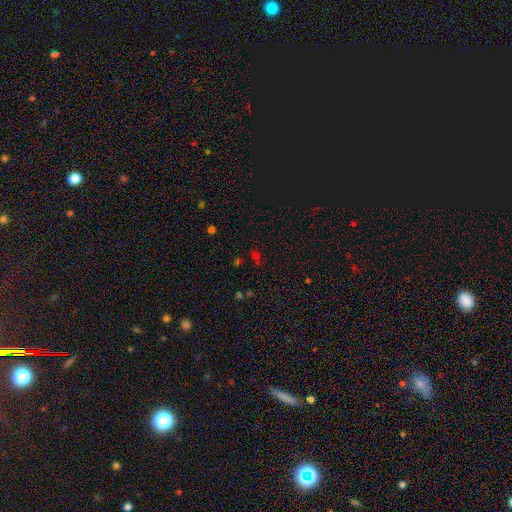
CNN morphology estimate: This is possibly a star or artifact rather than a galaxy (50%).